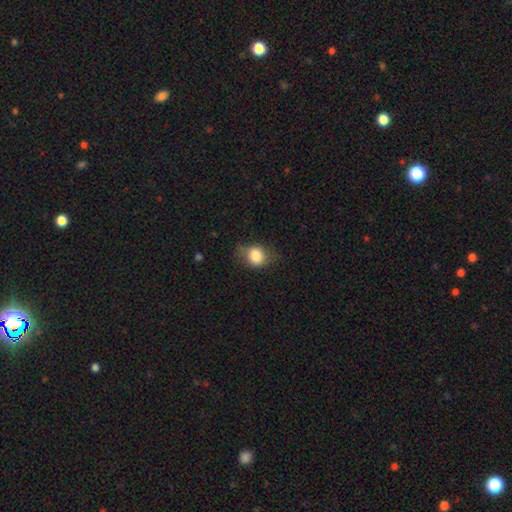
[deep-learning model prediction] Smooth or featured? Predicted: smooth (p=0.80). How rounded? Predicted: round (p=0.61). Merging? Predicted: none (p=0.62).